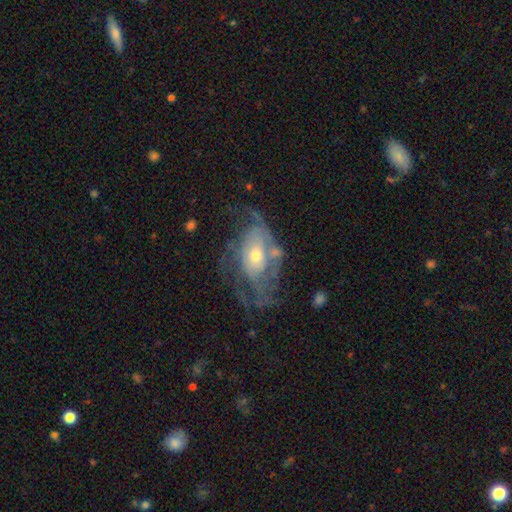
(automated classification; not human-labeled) Q: Smooth or featured?
A: featured or disk (78%); runner-up: smooth (16%)
Q: Edge-on disk?
A: no (95%); runner-up: yes (5%)
Q: Bar?
A: no (73%); runner-up: weak (21%)
Q: Spiral arms?
A: yes (79%); runner-up: no (21%)
Q: Spiral winding?
A: tight (39%); runner-up: medium (37%)
Q: Spiral arm count?
A: can't tell (44%); runner-up: 2 (21%)
Q: Bulge size?
A: small (48%); runner-up: moderate (44%)
Q: Merging?
A: none (43%); runner-up: major disturbance (30%)